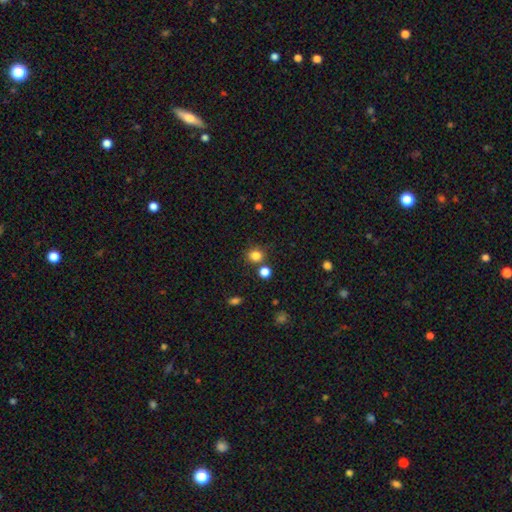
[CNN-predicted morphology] A smooth galaxy with no disk features (82%) that is round (78%).

Vote fractions:
- Smooth or featured? smooth: 82% / star or artifact: 13% / featured or disk: 5%
- How rounded? round: 78% / in between: 21% / cigar-shaped: 1%
- Merging? none: 75% / merger: 11% / minor disturbance: 10% / major disturbance: 4%